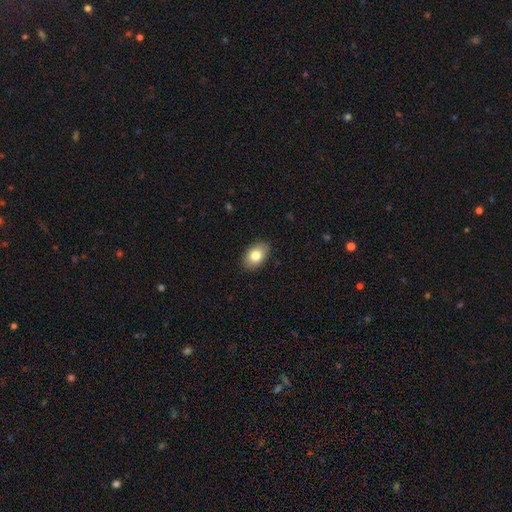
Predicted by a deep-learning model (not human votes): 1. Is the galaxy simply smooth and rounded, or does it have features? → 80% smooth, 12% featured or disk, 8% star or artifact.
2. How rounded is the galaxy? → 87% in between, 12% round, 1% cigar-shaped.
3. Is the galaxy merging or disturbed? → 87% none, 10% minor disturbance, 2% major disturbance, 1% merger.